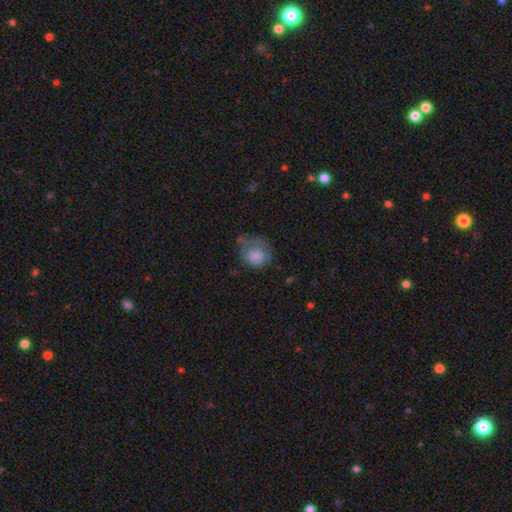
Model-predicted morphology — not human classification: Overall: smooth (75%). How rounded: round (64%; in between 35%). Merging: major disturbance (33%; minor disturbance 32%).